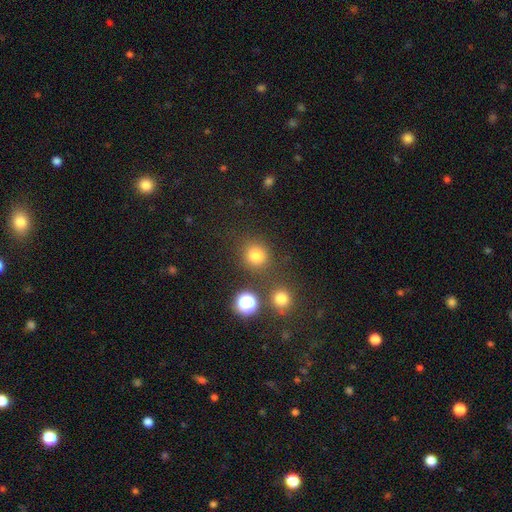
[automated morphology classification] This is likely a smooth galaxy (76%). How rounded: clearly round (90%). Merging: likely none (79%).